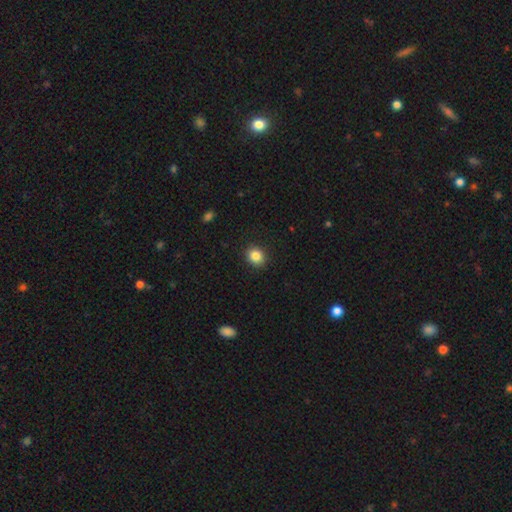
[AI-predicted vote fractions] Smooth or featured: smooth — 85% (star or artifact — 10%)
How rounded: round — 73% (in between — 26%)
Merging: none — 91% (minor disturbance — 6%)